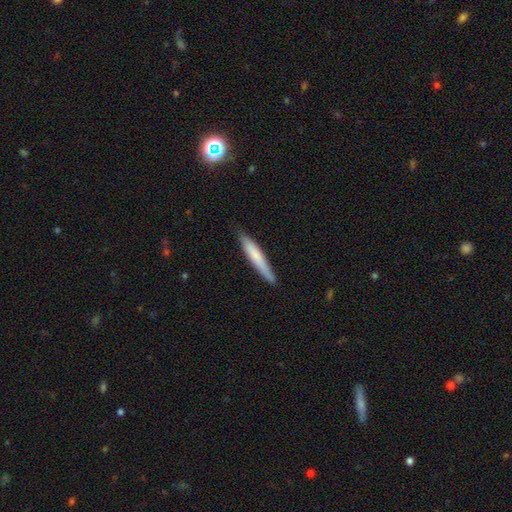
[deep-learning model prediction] A smooth galaxy with no disk features (70%) that is cigar-shaped (93%). Merging: none (83%).